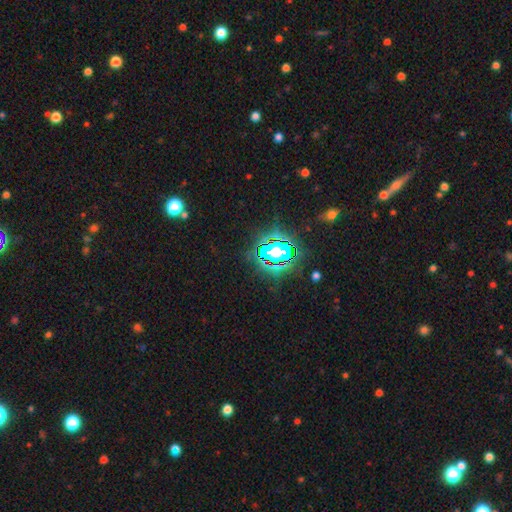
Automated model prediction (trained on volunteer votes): A star or artifact, not a galaxy (81%).